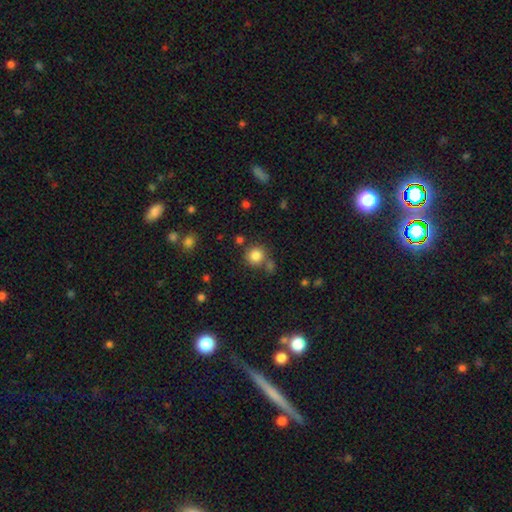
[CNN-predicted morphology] Smooth or featured?
  - smooth: 83% *
  - star or artifact: 11%
  - featured or disk: 6%
How rounded?
  - round: 91% *
  - in between: 8%
  - cigar-shaped: 1%
Merging?
  - none: 73% *
  - merger: 14%
  - minor disturbance: 10%
  - major disturbance: 4%